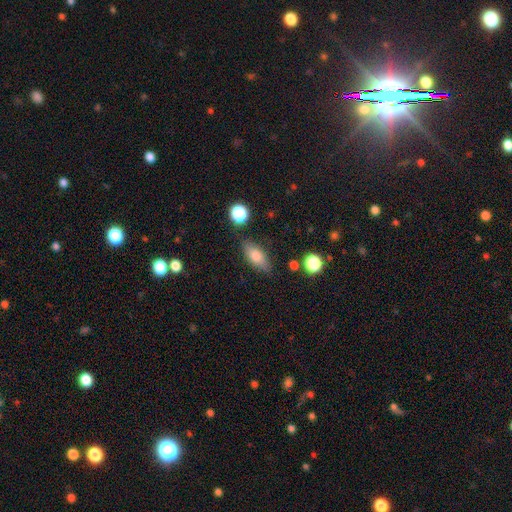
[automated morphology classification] Smooth or featured? smooth (75%)
How rounded? in between (78%)
Merging? none (80%)